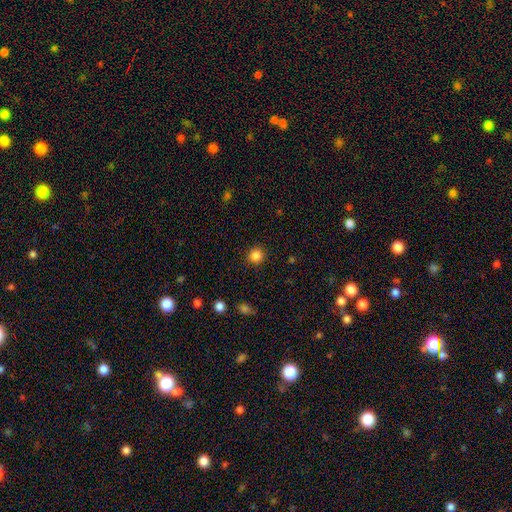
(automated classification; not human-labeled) smooth 85%, star or artifact 12%, featured or disk 4%. Down the decision tree: how rounded — round (92%); merging — none (91%).